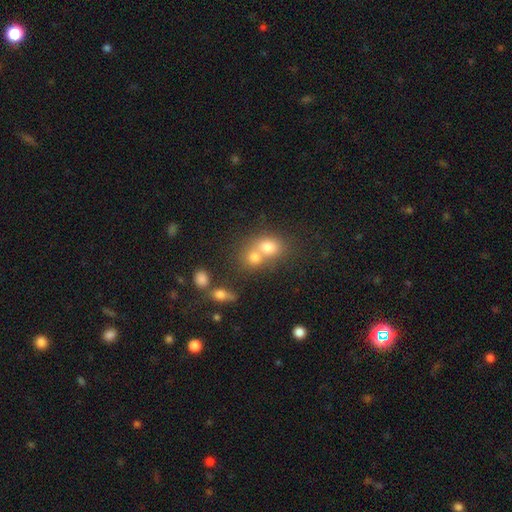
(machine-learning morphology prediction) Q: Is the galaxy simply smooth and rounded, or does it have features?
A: smooth — 61%.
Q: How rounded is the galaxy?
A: round — 72%.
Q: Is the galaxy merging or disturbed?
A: merger — 56%.